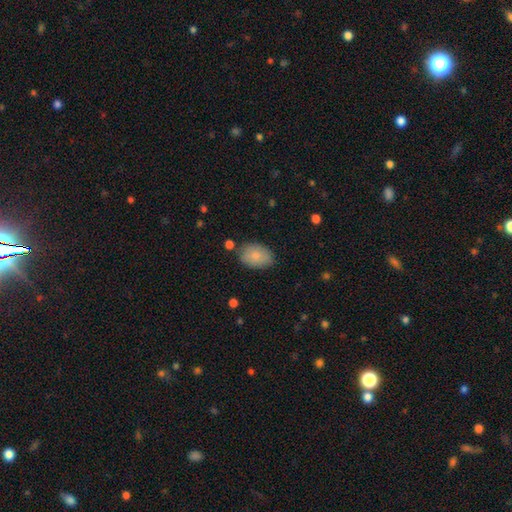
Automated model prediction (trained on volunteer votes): The model was most divided on "merging": none: 79%, minor disturbance: 15%, major disturbance: 3%, merger: 3%. More confident: how rounded — in between (86%); smooth or featured — smooth (83%).